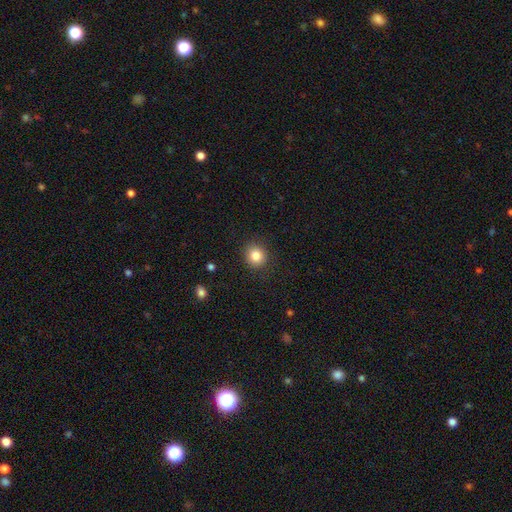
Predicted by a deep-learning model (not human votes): Morphology: type=smooth (84%); roundness=round (87%); merging=none (89%).